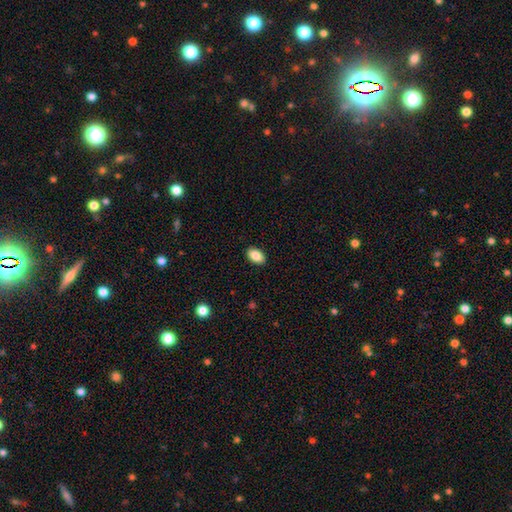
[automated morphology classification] smooth_or_featured: smooth (p=0.87) [alt: star or artifact p=0.07]
how_rounded: in between (p=0.91) [alt: round p=0.08]
merging: none (p=0.90) [alt: minor disturbance p=0.07]